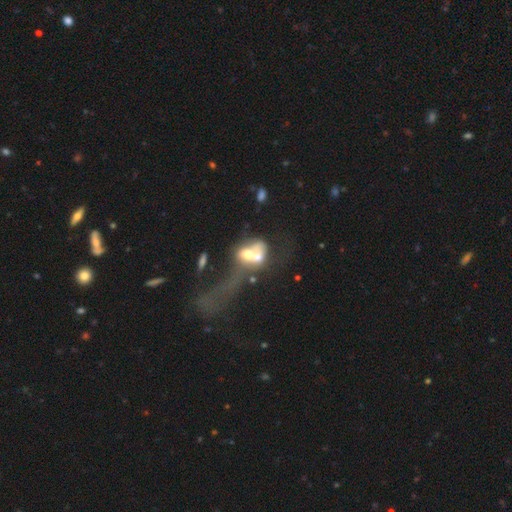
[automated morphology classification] Overall: smooth (46%; featured or disk 43%). Merging: merger (69%).